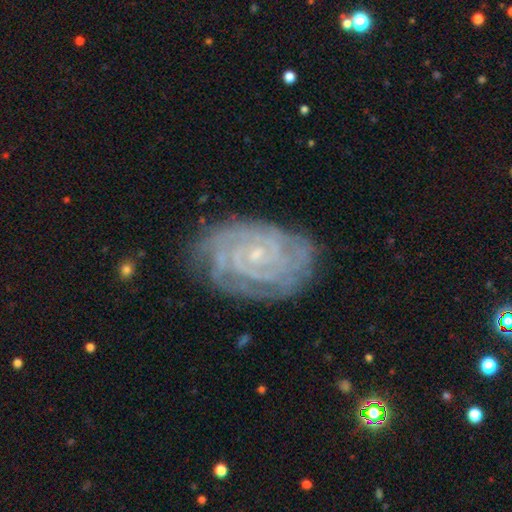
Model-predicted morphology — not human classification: featured or disk 88%, star or artifact 6%, smooth 6%. Down the decision tree: edge-on disk — no (97%); bar — no (68%); spiral arms — yes (98%); spiral arm count — can't tell (23%); spiral winding — tight (84%); bulge size — small (83%); merging — none (78%).